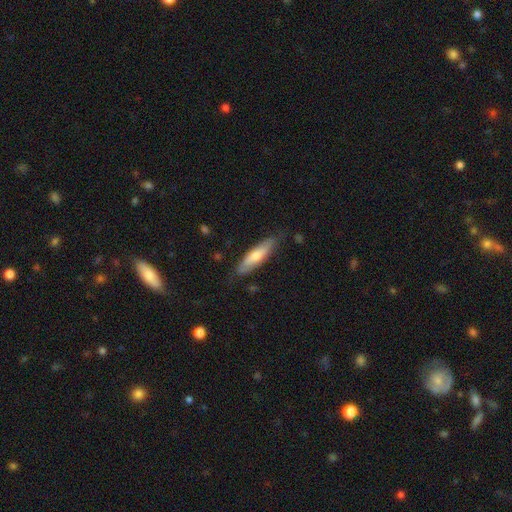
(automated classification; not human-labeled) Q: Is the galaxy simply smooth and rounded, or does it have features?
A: smooth — 65%.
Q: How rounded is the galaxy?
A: cigar-shaped — 69%.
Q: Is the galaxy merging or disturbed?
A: none — 77%.